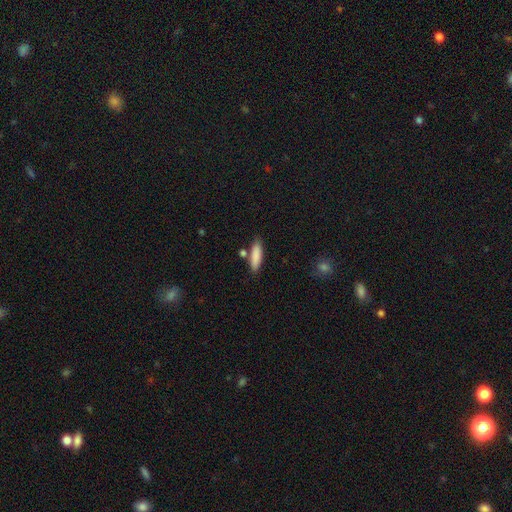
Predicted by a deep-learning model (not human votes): Smooth or featured?
  - smooth: 86% *
  - featured or disk: 8%
  - star or artifact: 6%
How rounded?
  - cigar-shaped: 62% *
  - in between: 36%
  - round: 2%
Merging?
  - none: 79% *
  - minor disturbance: 12%
  - merger: 7%
  - major disturbance: 3%